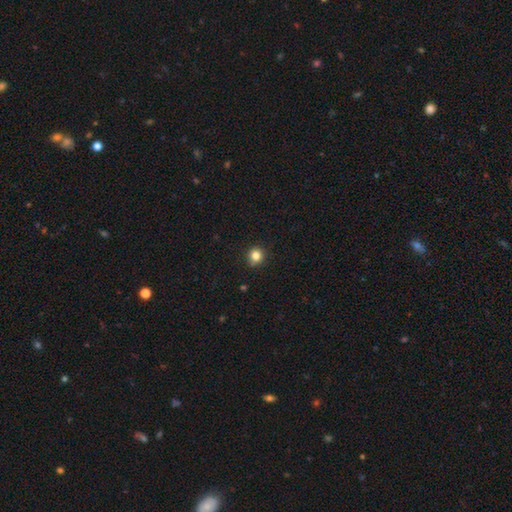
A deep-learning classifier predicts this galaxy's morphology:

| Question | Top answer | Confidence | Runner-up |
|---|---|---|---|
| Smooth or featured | smooth | 83% | star or artifact (12%) |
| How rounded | round | 91% | in between (8%) |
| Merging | none | 86% | minor disturbance (10%) |